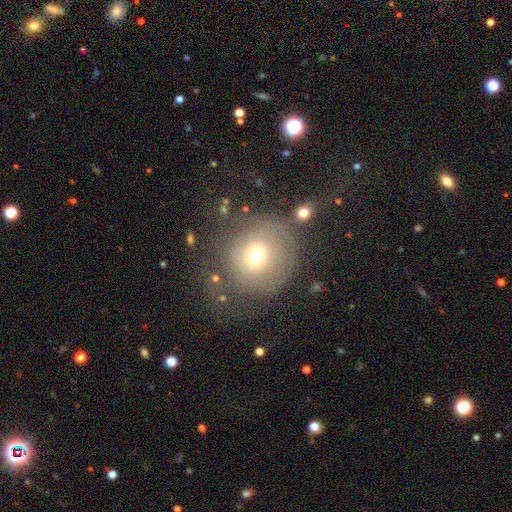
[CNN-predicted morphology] A smooth galaxy with no disk features (62%) that is round (86%). Merging: none (46%).